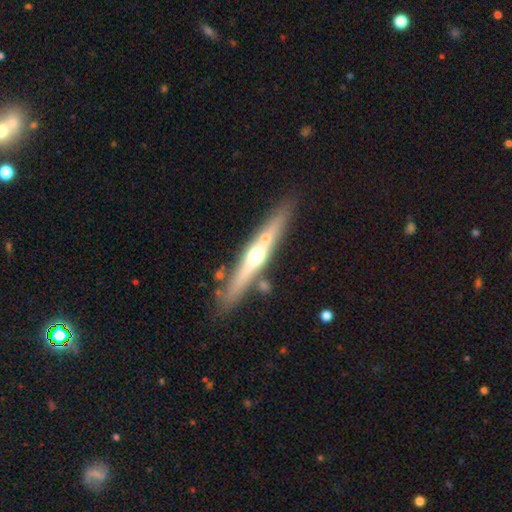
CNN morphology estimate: featured or disk 64%, smooth 29%, star or artifact 6%. Down the decision tree: edge-on disk — yes (94%); edge-on bulge — rounded (89%); merging — none (79%).